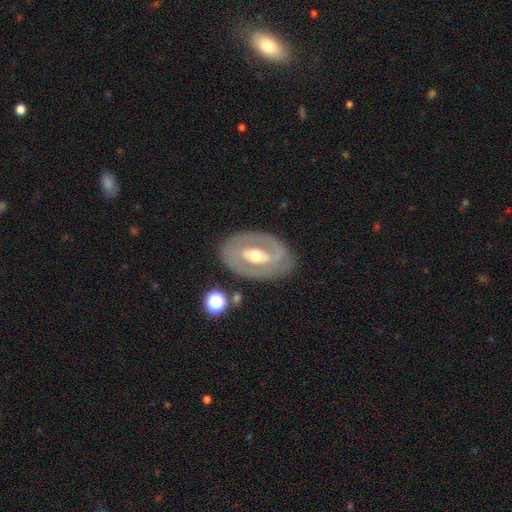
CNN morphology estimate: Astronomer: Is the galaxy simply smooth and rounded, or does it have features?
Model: featured or disk — 75%.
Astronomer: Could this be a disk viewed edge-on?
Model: no — 93%.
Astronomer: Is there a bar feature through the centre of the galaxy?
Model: weak — 36% (runner-up: strong, 34%).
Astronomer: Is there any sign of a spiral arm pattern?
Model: no — 51% (runner-up: yes, 49%).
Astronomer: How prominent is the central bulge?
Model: moderate — 70%.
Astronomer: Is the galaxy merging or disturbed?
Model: none — 79%.